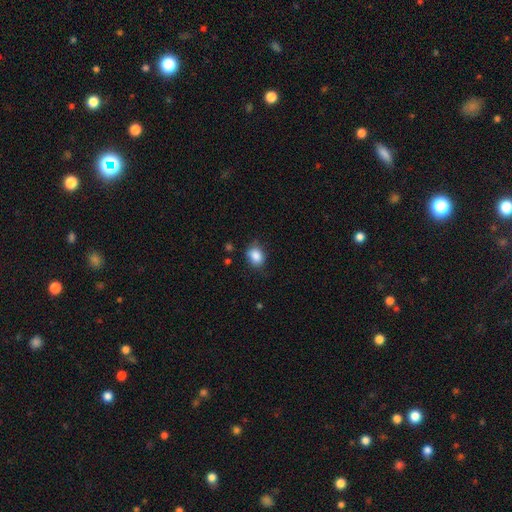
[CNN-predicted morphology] Overall: smooth (86%). How rounded: in between (60%; round 39%). Merging: none (71%).